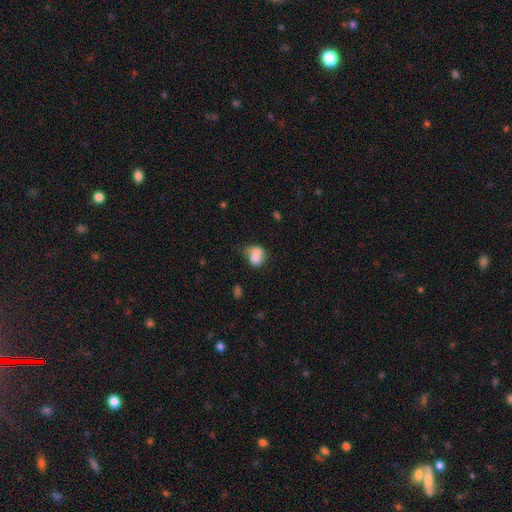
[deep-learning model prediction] Morphology: type=smooth (78%); roundness=in between (69%); merging=none (39%).